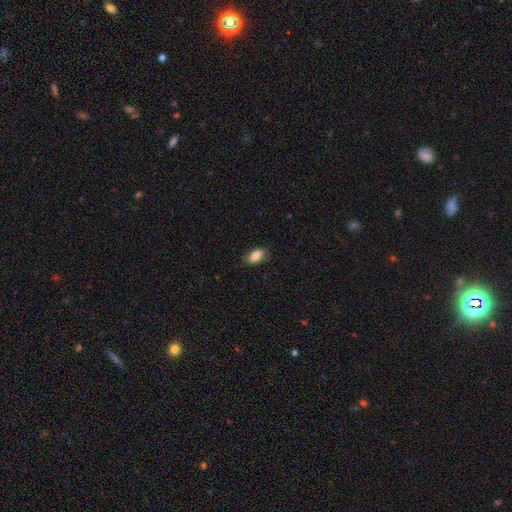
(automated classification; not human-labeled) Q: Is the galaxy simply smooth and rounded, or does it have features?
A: smooth — 85%.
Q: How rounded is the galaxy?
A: in between — 91%.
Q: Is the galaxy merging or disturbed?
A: none — 83%.